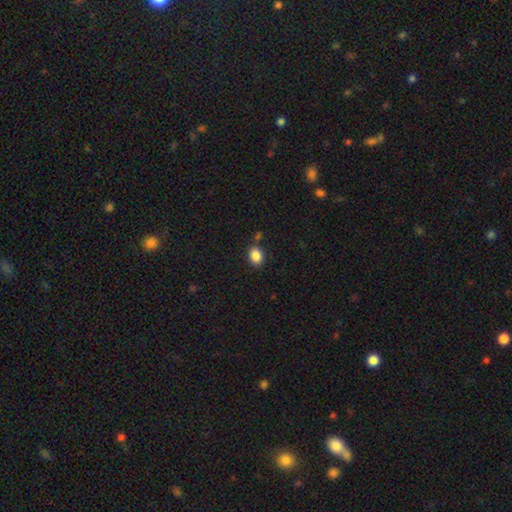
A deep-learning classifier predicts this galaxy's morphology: smooth-or-featured: smooth: 87% | star or artifact: 9% | featured or disk: 4%
  how-rounded: in between: 64% | round: 35% | cigar-shaped: 1%
  merging: none: 80% | minor disturbance: 12% | merger: 5% | major disturbance: 3%